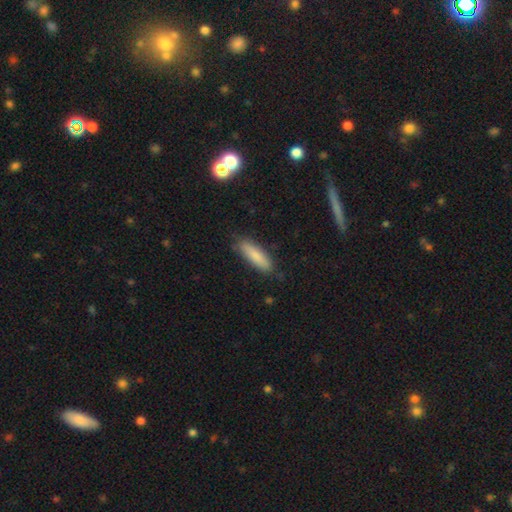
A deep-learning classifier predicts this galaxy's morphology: type=smooth (83%); roundness=cigar-shaped (58%); merging=none (82%).